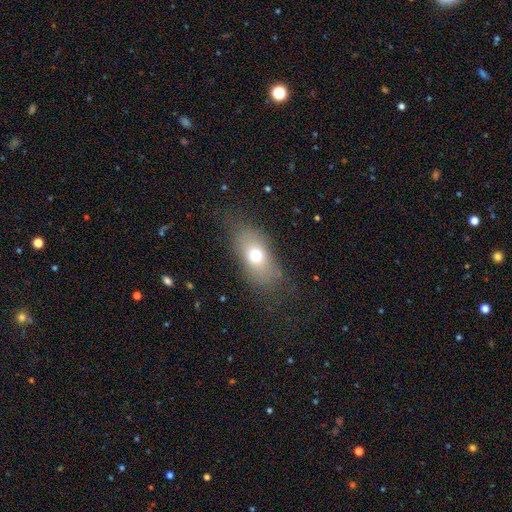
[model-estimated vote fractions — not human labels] A smooth galaxy with no disk features (68%) that is in between round and cigar-shaped (83%). Merging: none (71%).